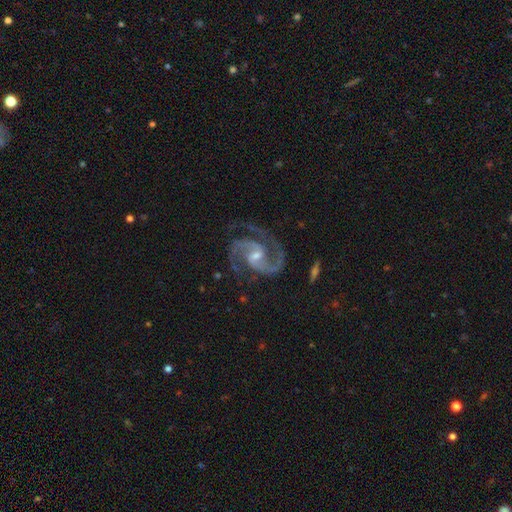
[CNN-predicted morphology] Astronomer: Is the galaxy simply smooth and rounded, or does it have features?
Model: featured or disk — 94%.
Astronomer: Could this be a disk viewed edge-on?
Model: no — 98%.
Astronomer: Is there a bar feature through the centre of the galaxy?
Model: weak — 52% (runner-up: no, 29%).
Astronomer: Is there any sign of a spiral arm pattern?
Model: yes — 99%.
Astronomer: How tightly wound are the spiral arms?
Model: medium — 66%.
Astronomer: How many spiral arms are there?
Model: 2 — 89%.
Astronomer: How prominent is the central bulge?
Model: small — 53% (runner-up: moderate, 42%).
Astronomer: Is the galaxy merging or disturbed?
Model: none — 76%.